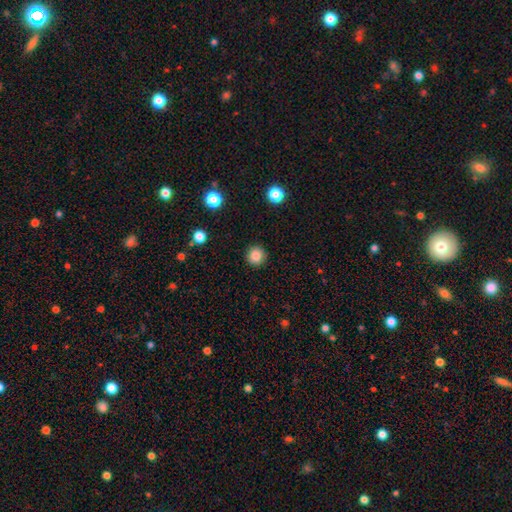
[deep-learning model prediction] smooth 85%, star or artifact 11%, featured or disk 4%. Down the decision tree: how rounded — round (94%); merging — none (91%).